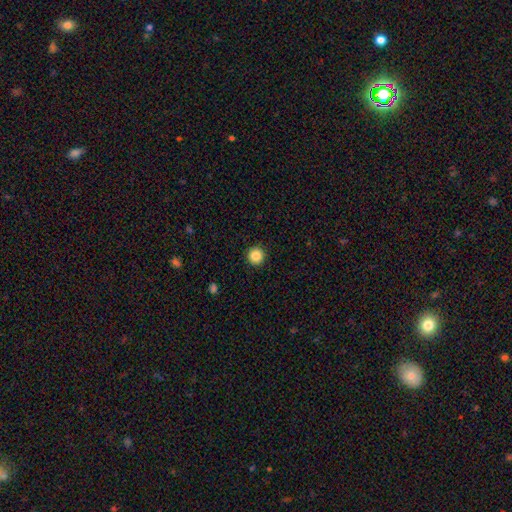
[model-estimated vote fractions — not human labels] Morphology: type=smooth (86%); roundness=round (96%); merging=none (93%).